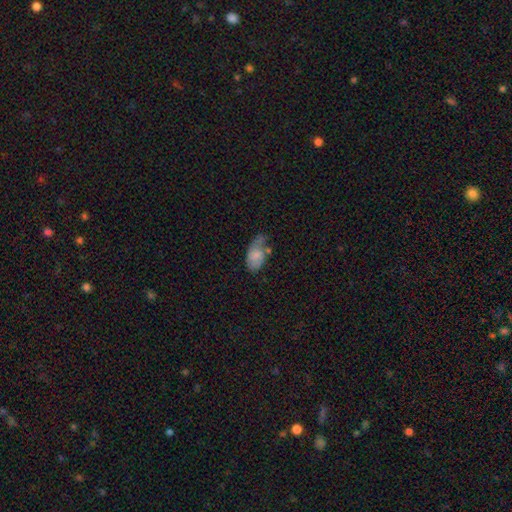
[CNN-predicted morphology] A smooth galaxy with no disk features (69%) that is in between round and cigar-shaped (92%). Merging: minor disturbance (37%).